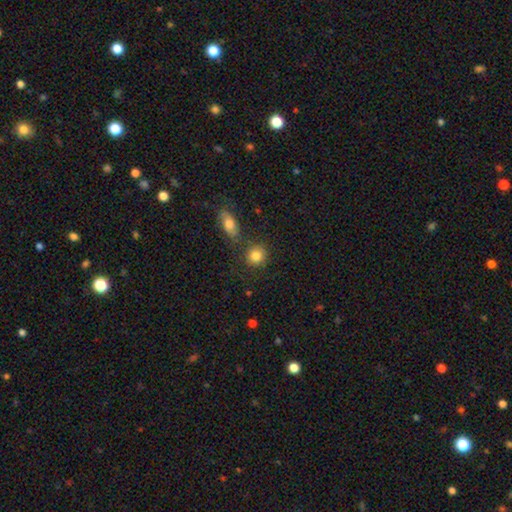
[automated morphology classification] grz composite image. It shows a smooth galaxy with no disk features (83%) that is round (80%). Merging: none (76%).